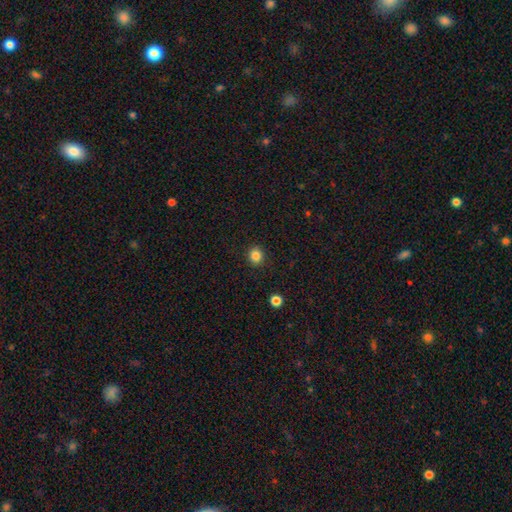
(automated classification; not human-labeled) Q: Smooth or featured?
A: smooth (84%); runner-up: star or artifact (12%)
Q: How rounded?
A: round (87%); runner-up: in between (13%)
Q: Merging?
A: none (91%); runner-up: minor disturbance (6%)